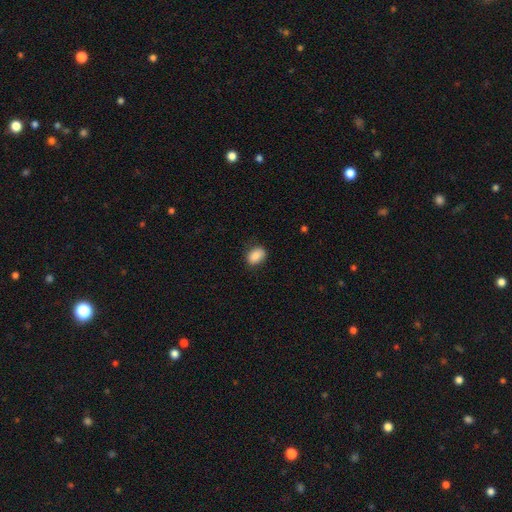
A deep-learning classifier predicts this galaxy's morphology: This is clearly a smooth galaxy (88%). How rounded: likely in between (76%). Merging: clearly none (81%).